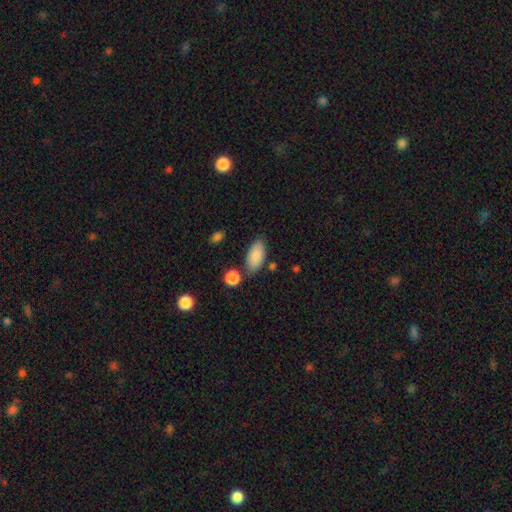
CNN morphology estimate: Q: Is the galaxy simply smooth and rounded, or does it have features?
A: smooth — 86%.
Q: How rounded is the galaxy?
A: in between — 91%.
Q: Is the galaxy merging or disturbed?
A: none — 77%.